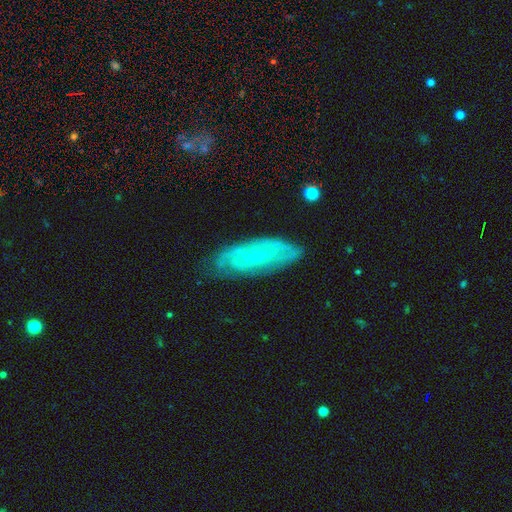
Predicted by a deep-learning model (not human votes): Smooth or featured? featured or disk (66%)
Edge-on disk? no (83%)
Bar? no (67%)
Spiral arms? yes (78%)
Bulge size? small (81%)
Merging? none (73%)